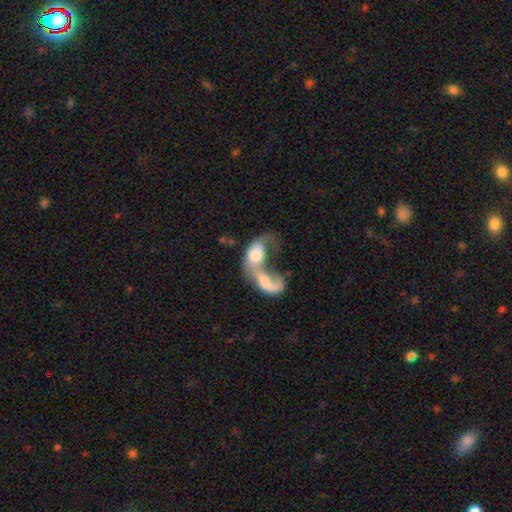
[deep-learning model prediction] The model was most divided on "smooth or featured": smooth: 54%, featured or disk: 39%, star or artifact: 7%. More confident: how rounded — in between (83%); merging — merger (79%).